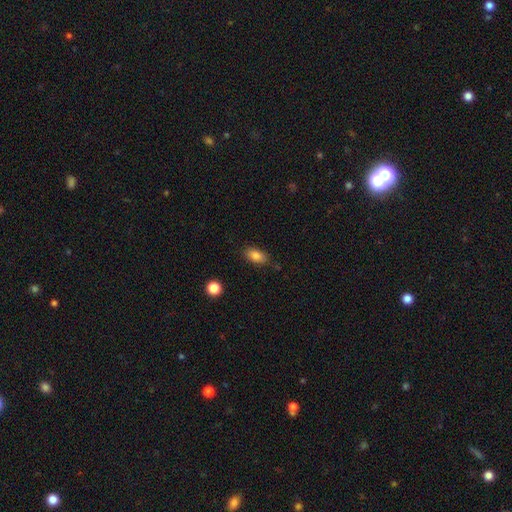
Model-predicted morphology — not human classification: A smooth galaxy with no disk features (83%) that is in between round and cigar-shaped (89%). Merging: none (82%).